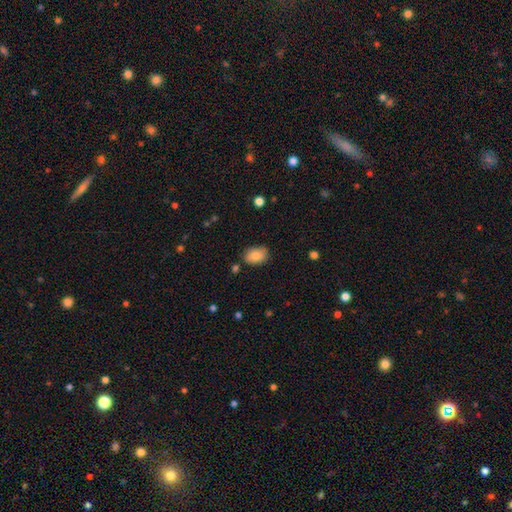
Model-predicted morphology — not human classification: Smooth or featured? smooth (85%)
How rounded? in between (83%)
Merging? none (81%)